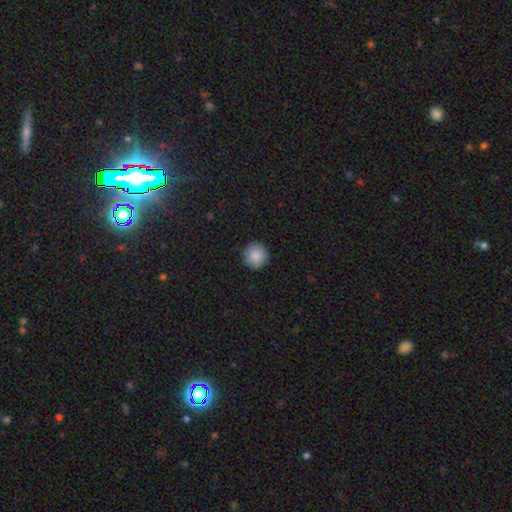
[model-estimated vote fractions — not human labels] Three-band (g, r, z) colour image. It shows a smooth galaxy with no disk features (89%) that is round (93%). Merging: none (91%).